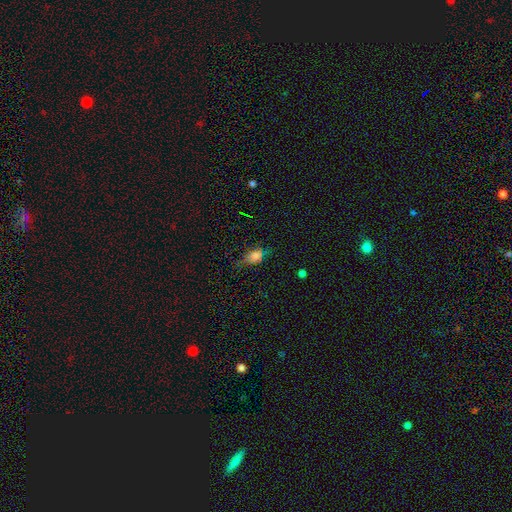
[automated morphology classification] Smooth or featured? smooth (71%)
How rounded? in between (79%)
Merging? none (52%)